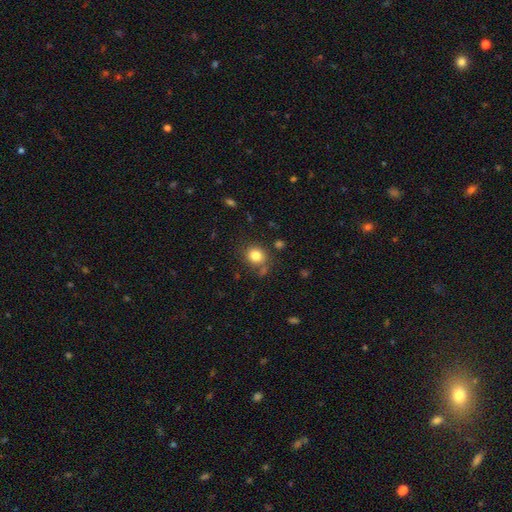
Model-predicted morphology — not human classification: smooth 82%, star or artifact 11%, featured or disk 7%. Down the decision tree: how rounded — round (81%); merging — none (77%).